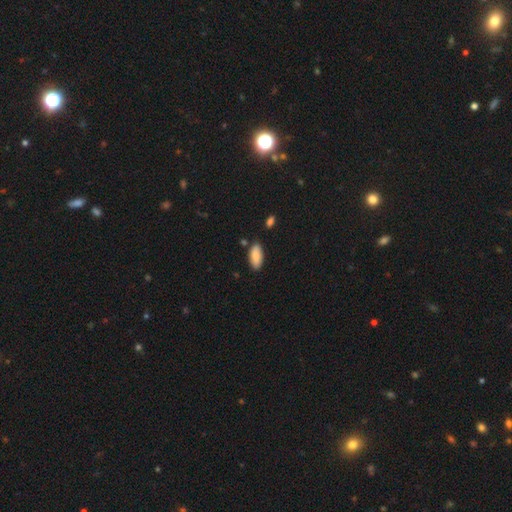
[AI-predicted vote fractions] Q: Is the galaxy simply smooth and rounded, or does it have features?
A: smooth — 84%.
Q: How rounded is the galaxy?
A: in between — 89%.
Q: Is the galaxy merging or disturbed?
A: none — 82%.